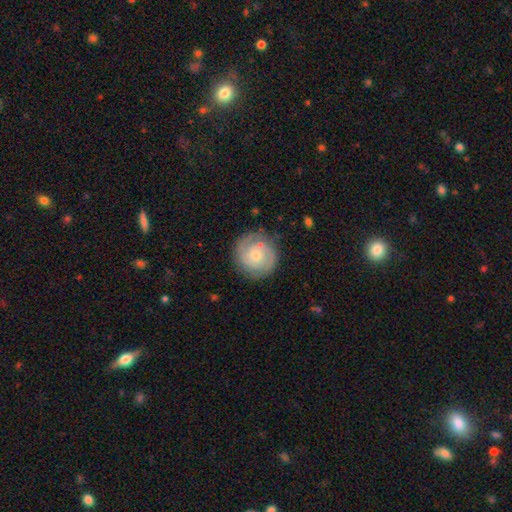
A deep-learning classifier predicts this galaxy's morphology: Smooth or featured? featured or disk (67%)
Edge-on disk? no (98%)
Bar? no (72%)
Spiral arms? yes (89%)
Spiral winding? tight (59%)
Spiral arm count? 2 (64%)
Bulge size? small (62%)
Merging? none (80%)